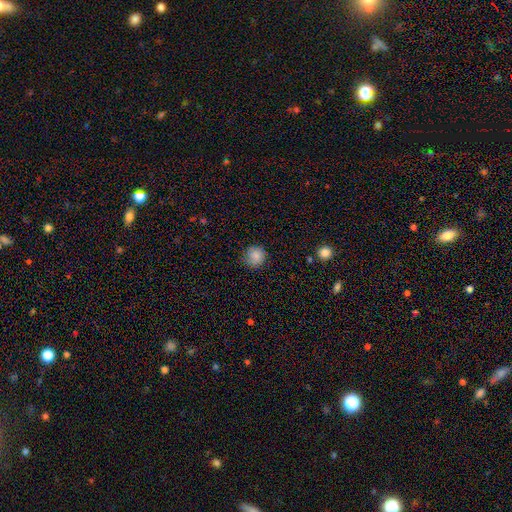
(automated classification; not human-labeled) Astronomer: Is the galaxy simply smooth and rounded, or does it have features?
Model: smooth — 85%.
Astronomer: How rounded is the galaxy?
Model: round — 90%.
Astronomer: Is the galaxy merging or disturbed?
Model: none — 80%.